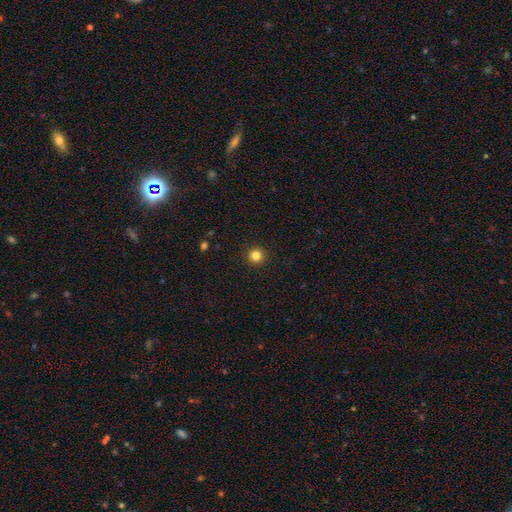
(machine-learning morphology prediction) A smooth galaxy with no disk features (84%) that is round (96%).

Vote fractions:
- Smooth or featured? smooth: 84% / star or artifact: 12% / featured or disk: 4%
- How rounded? round: 96% / in between: 3% / cigar-shaped: 1%
- Merging? none: 93% / minor disturbance: 4% / major disturbance: 2% / merger: 1%